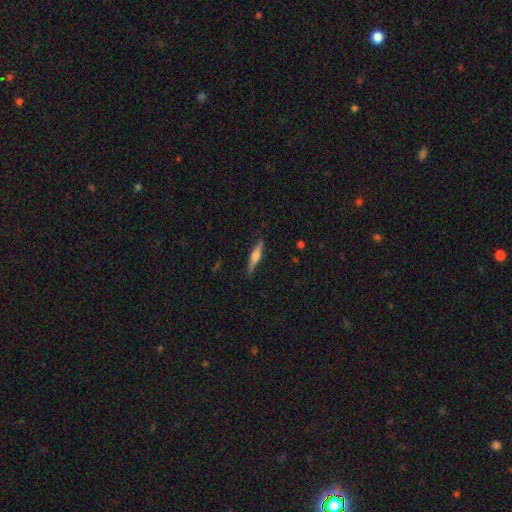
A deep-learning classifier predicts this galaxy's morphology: A featured or disk galaxy (54%) viewed edge-on (96%) with a rounded central bulge (78%).

Vote fractions:
- Smooth or featured? featured or disk: 54% / smooth: 40% / star or artifact: 6%
- Edge-on disk? yes: 96% / no: 4%
- Edge-on bulge? rounded: 78% / boxy: 15% / none: 7%
- Merging? none: 87% / minor disturbance: 10% / major disturbance: 2% / merger: 1%